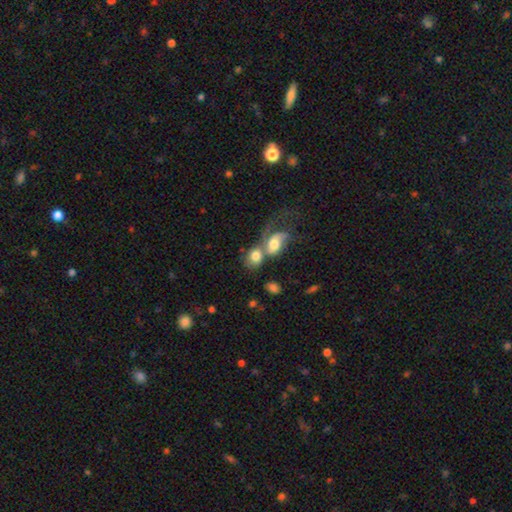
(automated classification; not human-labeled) smooth 64%, featured or disk 28%, star or artifact 8%. Down the decision tree: how rounded — in between (51%); merging — merger (68%).